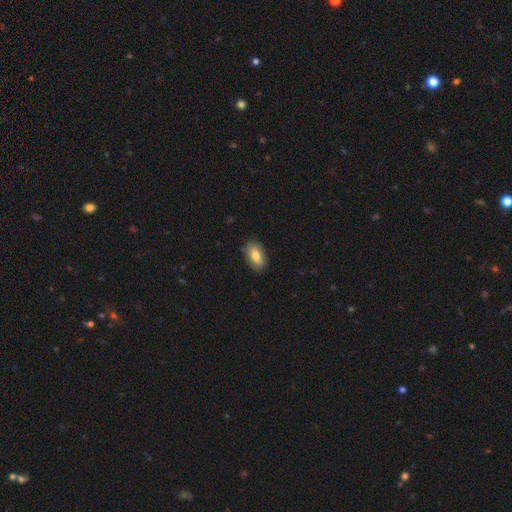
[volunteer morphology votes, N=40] smooth 82%, featured or disk 12%, star or artifact 5%. Down the decision tree: how rounded — in between (88%); merging — none (87%).